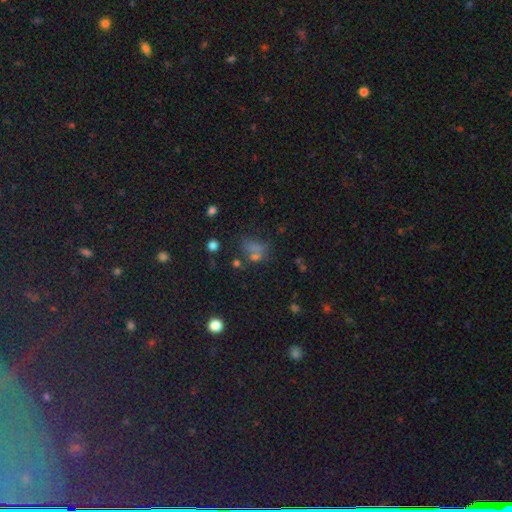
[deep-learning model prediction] smooth 49%, star or artifact 38%, featured or disk 13%. Down the decision tree: merging — none (48%).